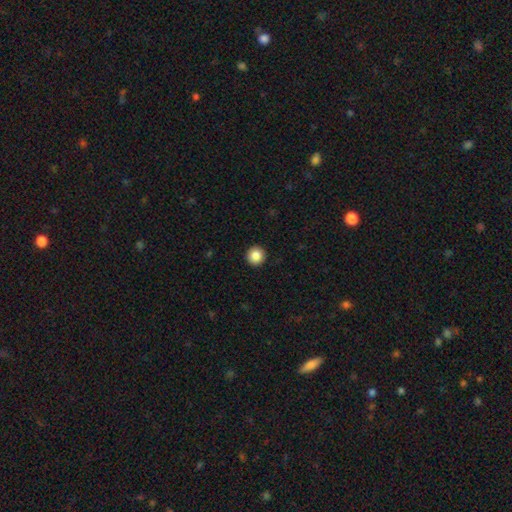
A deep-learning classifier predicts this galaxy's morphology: Q: Smooth or featured?
A: smooth (86%); runner-up: star or artifact (10%)
Q: How rounded?
A: round (96%); runner-up: in between (3%)
Q: Merging?
A: none (94%); runner-up: minor disturbance (4%)